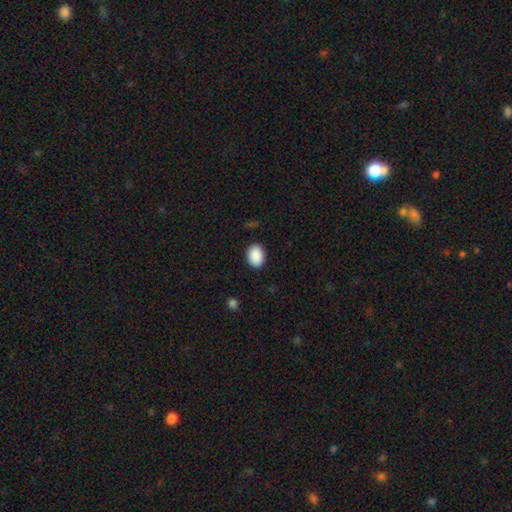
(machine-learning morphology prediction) Q: Smooth or featured?
A: smooth (91%); runner-up: star or artifact (7%)
Q: How rounded?
A: in between (69%); runner-up: round (30%)
Q: Merging?
A: none (90%); runner-up: minor disturbance (7%)